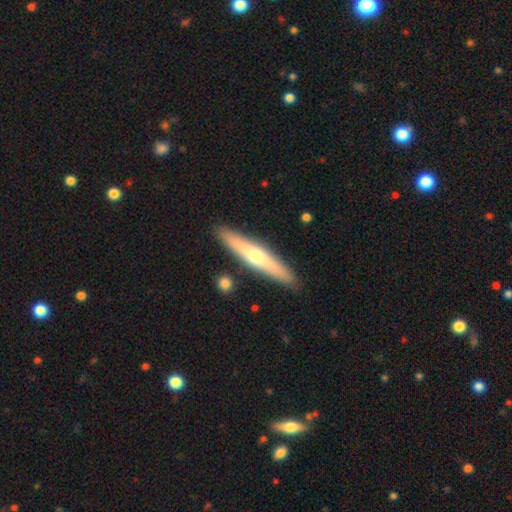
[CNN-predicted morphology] A featured or disk galaxy (51%) viewed edge-on (88%). Merging: none (89%).